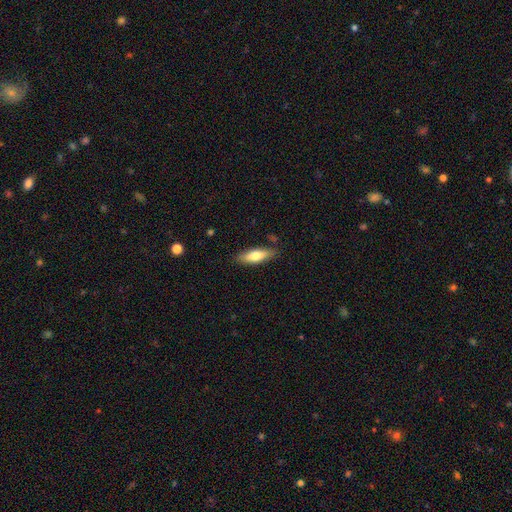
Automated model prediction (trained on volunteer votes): The model was most divided on "how rounded": in between: 50%, cigar-shaped: 47%, round: 2%. More confident: merging — none (84%); smooth or featured — smooth (69%).